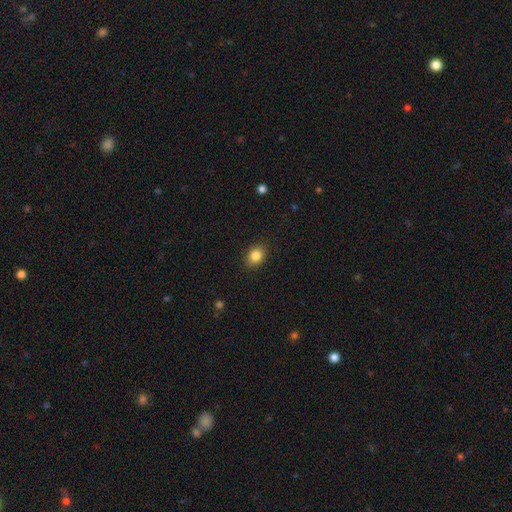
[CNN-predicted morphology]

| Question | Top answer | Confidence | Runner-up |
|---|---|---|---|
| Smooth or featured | smooth | 85% | star or artifact (9%) |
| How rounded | in between | 64% | round (35%) |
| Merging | none | 88% | minor disturbance (9%) |